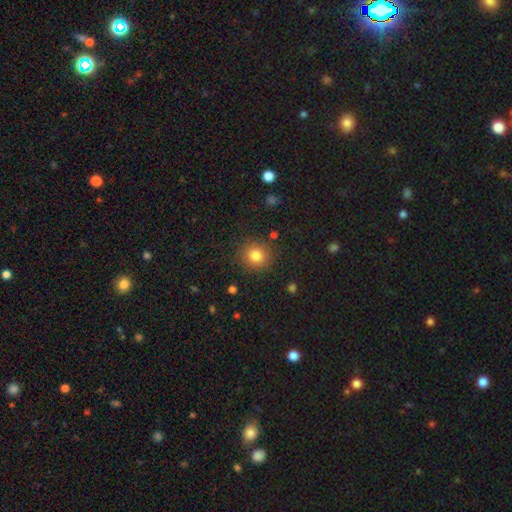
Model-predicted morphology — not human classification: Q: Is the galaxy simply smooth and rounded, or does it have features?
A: smooth — 82%.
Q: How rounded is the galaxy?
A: round — 90%.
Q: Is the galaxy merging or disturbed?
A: none — 87%.